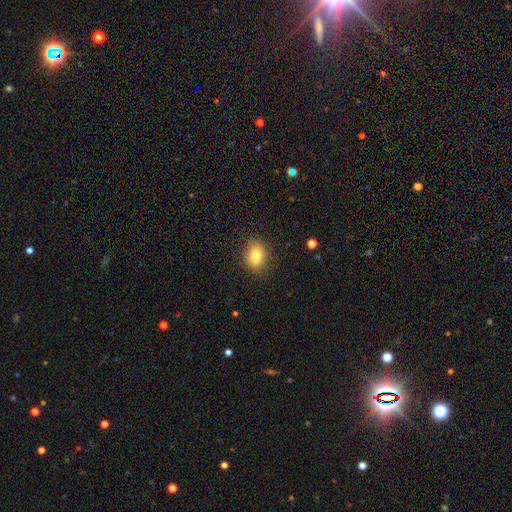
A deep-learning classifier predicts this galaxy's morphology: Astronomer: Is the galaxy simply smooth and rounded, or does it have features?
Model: smooth — 82%.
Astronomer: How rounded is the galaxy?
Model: in between — 69%.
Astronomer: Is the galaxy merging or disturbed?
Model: none — 87%.